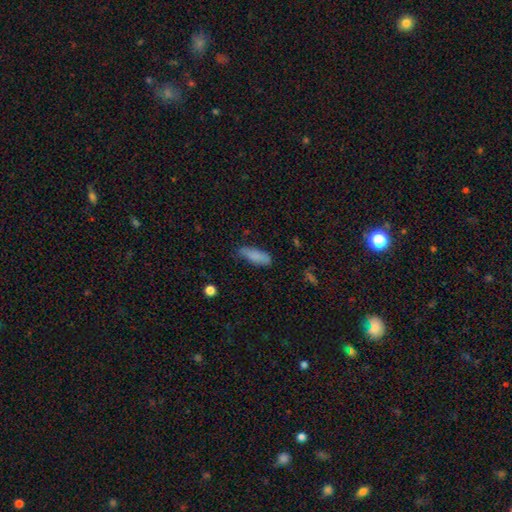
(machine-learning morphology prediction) Smooth or featured: smooth — 84% (featured or disk — 9%)
How rounded: in between — 57% (cigar-shaped — 41%)
Merging: none — 66% (minor disturbance — 27%)